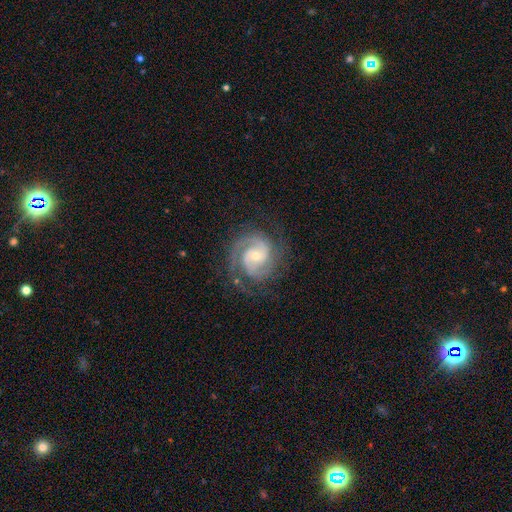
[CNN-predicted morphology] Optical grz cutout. It shows a featured or disk galaxy (91%) with no bar (57%), 2 (67%) tight (58%) spiral arms (98%) and a small central bulge (57%). Merging: none (74%).